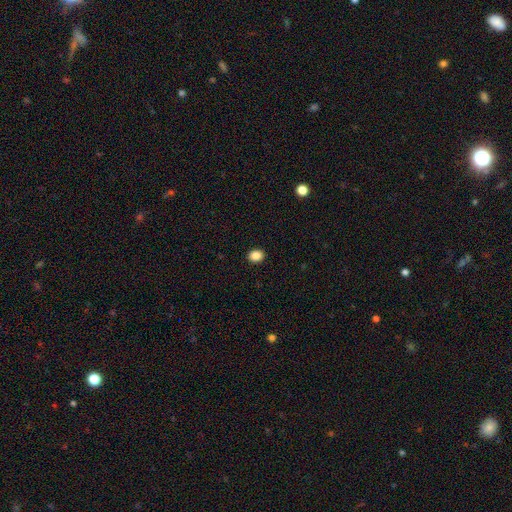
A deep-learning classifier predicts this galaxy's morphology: smooth-or-featured: smooth: 87% | star or artifact: 10% | featured or disk: 3%
  how-rounded: round: 51% | in between: 48% | cigar-shaped: 1%
  merging: none: 92% | minor disturbance: 5% | major disturbance: 2% | merger: 1%